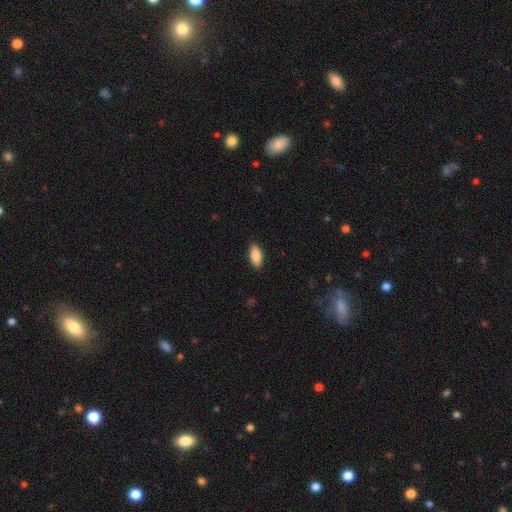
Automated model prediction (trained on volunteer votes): The model was most divided on "how rounded": in between: 88%, cigar-shaped: 10%, round: 2%. More confident: merging — none (88%); smooth or featured — smooth (88%).